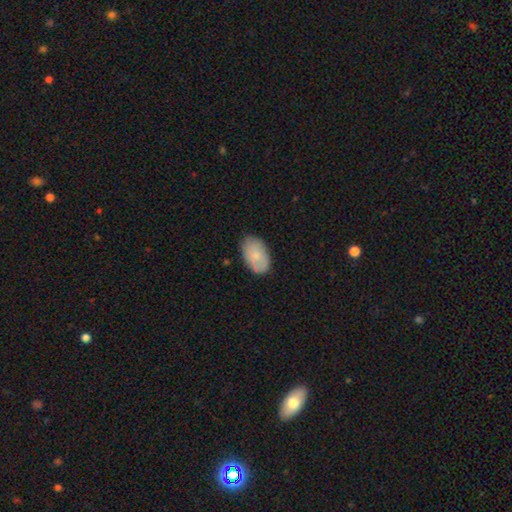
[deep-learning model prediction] smooth-or-featured: smooth: 80% | featured or disk: 14% | star or artifact: 6%
  how-rounded: in between: 92% | round: 6% | cigar-shaped: 1%
  merging: none: 80% | minor disturbance: 16% | major disturbance: 3% | merger: 1%